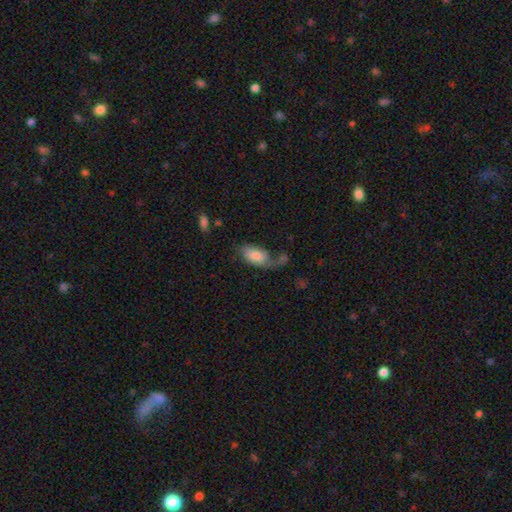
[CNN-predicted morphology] Overall: smooth (61%; featured or disk 31%). How rounded: in between (92%). Merging: major disturbance (34%; none 32%).